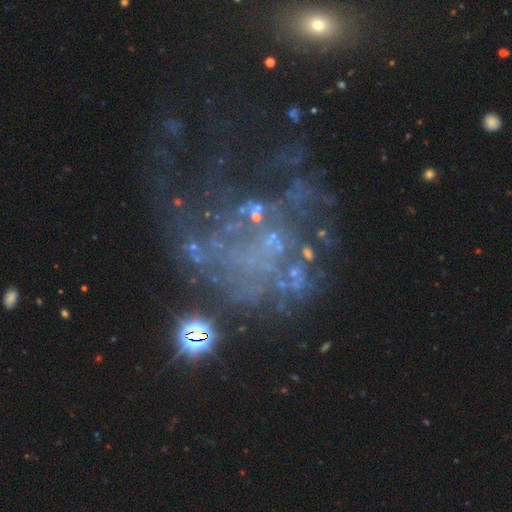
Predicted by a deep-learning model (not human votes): Morphology: type=featured or disk (66%); edge-on=no (98%); bar=no (88%); spiral arms=no (65%); bulge=none (75%); merging=major disturbance (49%).